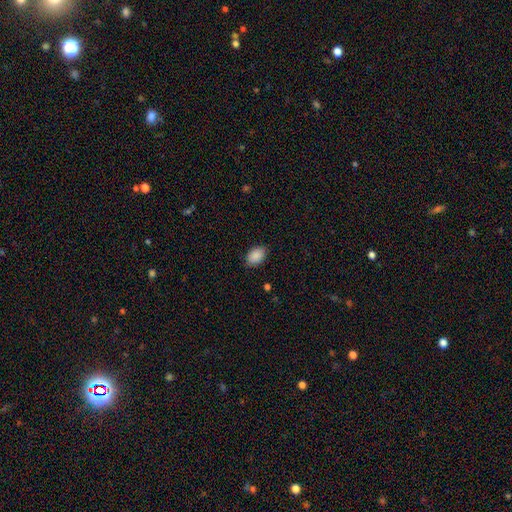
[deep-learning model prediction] Smooth or featured: smooth — 90% (star or artifact — 7%)
How rounded: in between — 88% (round — 11%)
Merging: none — 86% (minor disturbance — 11%)